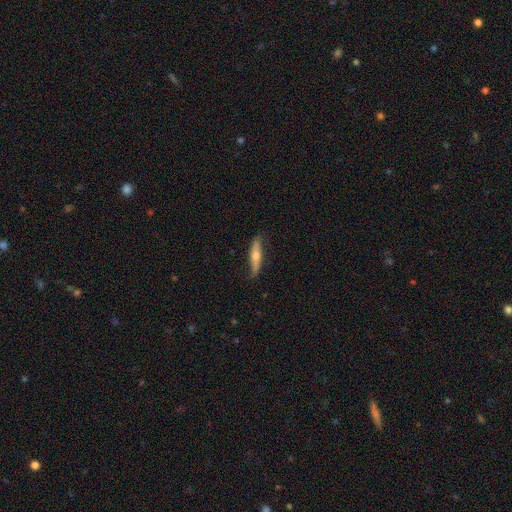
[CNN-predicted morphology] The model was most divided on "smooth or featured": featured or disk: 49%, smooth: 46%, star or artifact: 5%. More confident: merging — none (78%).